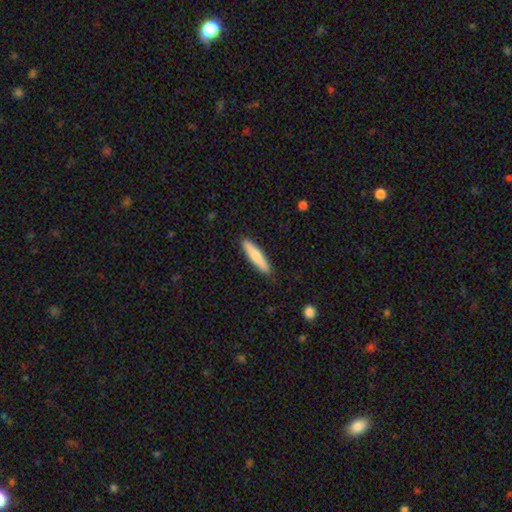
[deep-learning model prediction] A smooth galaxy with no disk features (77%) that is cigar-shaped (87%).

Vote fractions:
- Smooth or featured? smooth: 77% / featured or disk: 18% / star or artifact: 5%
- How rounded? cigar-shaped: 87% / in between: 12% / round: 1%
- Merging? none: 88% / minor disturbance: 9% / major disturbance: 2% / merger: 1%